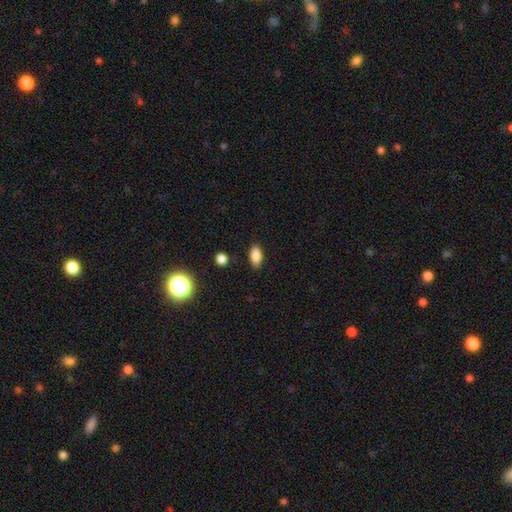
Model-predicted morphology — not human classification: The model was most divided on "smooth or featured": smooth: 84%, star or artifact: 10%, featured or disk: 7%. More confident: how rounded — in between (88%); merging — none (86%).